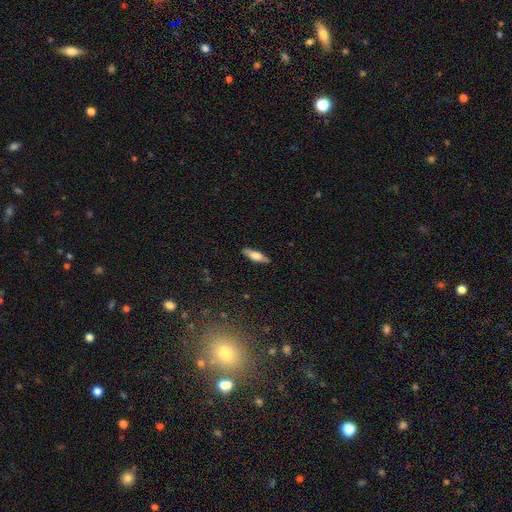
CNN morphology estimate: This appears to be a smooth galaxy with no disk features (58%) that is cigar-shaped (51%). Merging: none (87%).